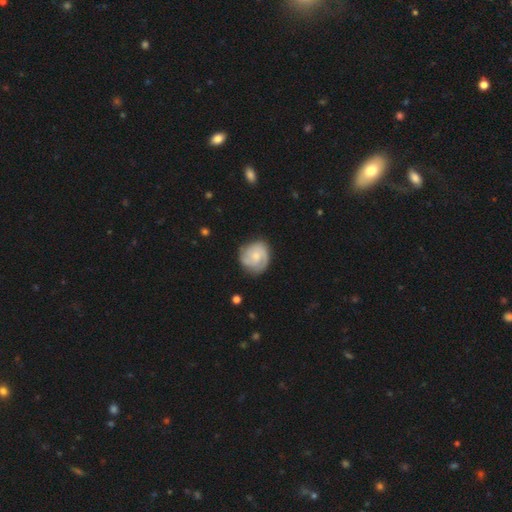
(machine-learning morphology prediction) This appears to be a featured or disk galaxy (64%) with no bar (70%), 2 (40%) tight (52%) spiral arms (91%) and a small central bulge (59%). Merging: none (74%).